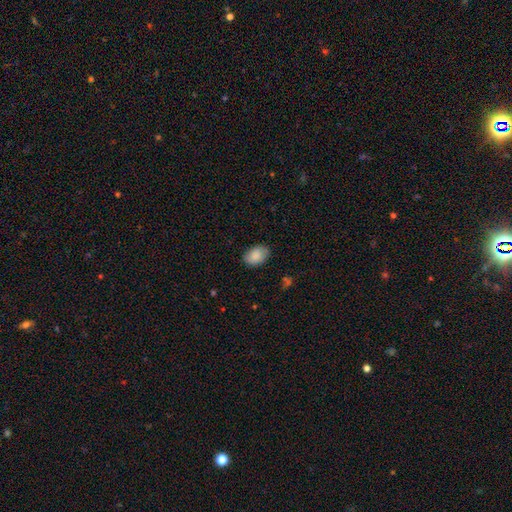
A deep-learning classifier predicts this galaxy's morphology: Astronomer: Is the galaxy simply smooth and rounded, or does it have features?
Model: smooth — 88%.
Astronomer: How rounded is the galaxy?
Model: in between — 86%.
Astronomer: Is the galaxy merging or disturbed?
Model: none — 83%.